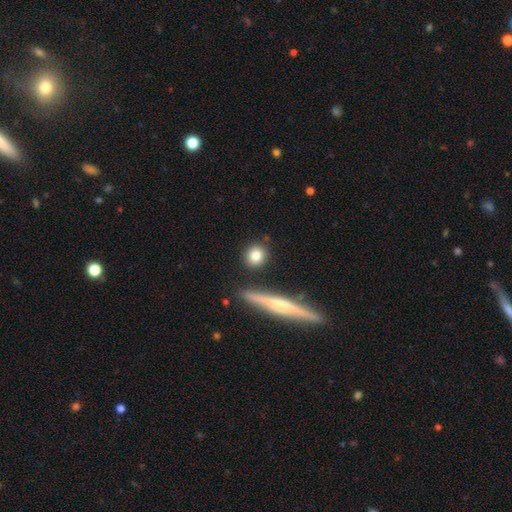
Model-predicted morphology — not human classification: type=smooth (81%); roundness=round (79%); merging=none (87%).